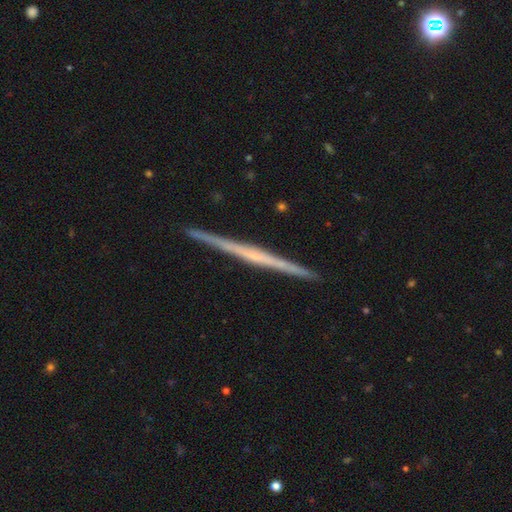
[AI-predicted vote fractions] Overall: featured or disk (74%). Edge-on disk: yes (98%). Edge-on bulge: none (74%). Merging: none (92%).